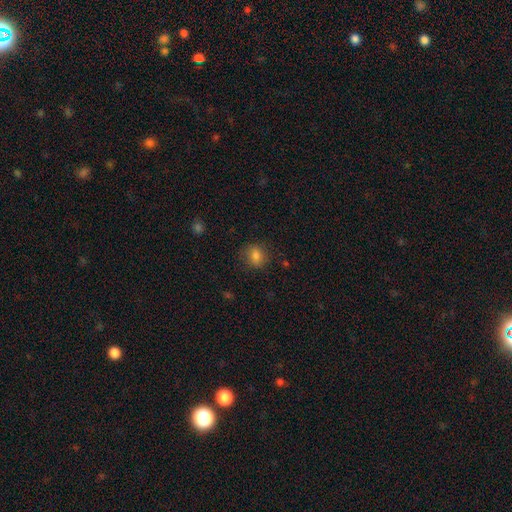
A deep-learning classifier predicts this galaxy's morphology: The model was most divided on "how rounded": round: 60%, in between: 39%, cigar-shaped: 1%. More confident: smooth or featured — smooth (82%); merging — none (80%).